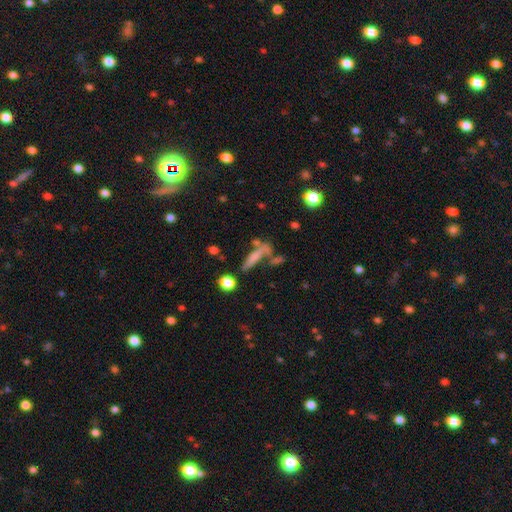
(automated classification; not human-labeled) This is possibly a smooth galaxy (54%). How rounded: clearly cigar-shaped (82%). Merging: possibly none (50%).